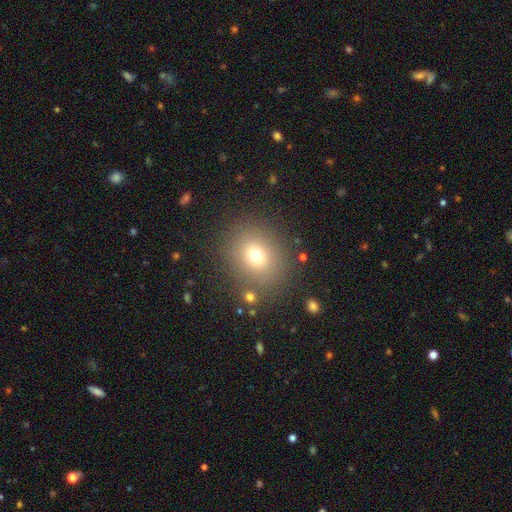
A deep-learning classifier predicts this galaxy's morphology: smooth-or-featured: smooth: 70% | star or artifact: 17% | featured or disk: 12%
  how-rounded: round: 72% | in between: 27% | cigar-shaped: 1%
  merging: none: 83% | minor disturbance: 9% | major disturbance: 5% | merger: 3%